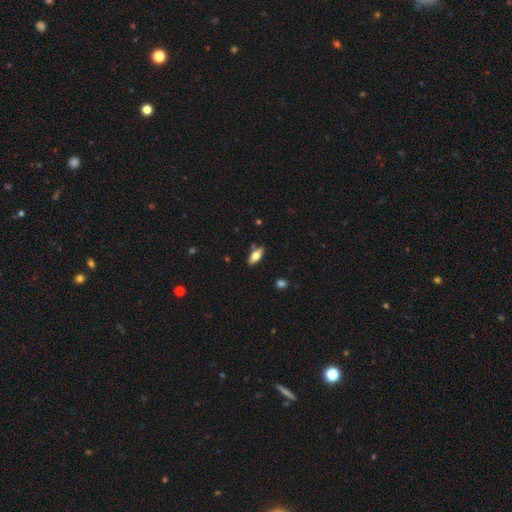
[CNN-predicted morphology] Smooth or featured: smooth — 66% (featured or disk — 27%)
How rounded: in between — 80% (cigar-shaped — 17%)
Merging: none — 82% (minor disturbance — 12%)